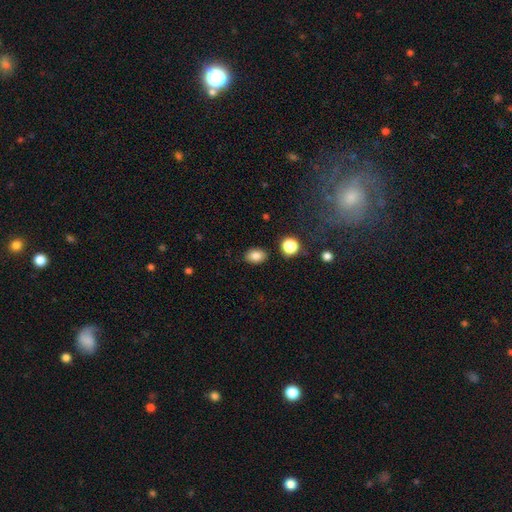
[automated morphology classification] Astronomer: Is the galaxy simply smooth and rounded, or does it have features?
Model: smooth — 84%.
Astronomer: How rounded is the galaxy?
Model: in between — 75%.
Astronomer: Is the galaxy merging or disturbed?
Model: none — 87%.